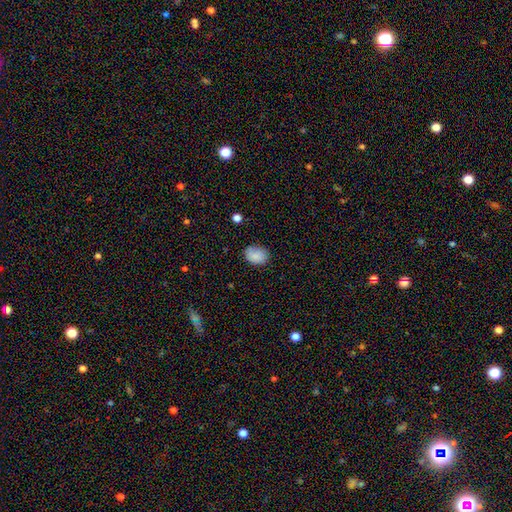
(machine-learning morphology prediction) A smooth galaxy with no disk features (86%) that is in between round and cigar-shaped (67%). Merging: none (77%).